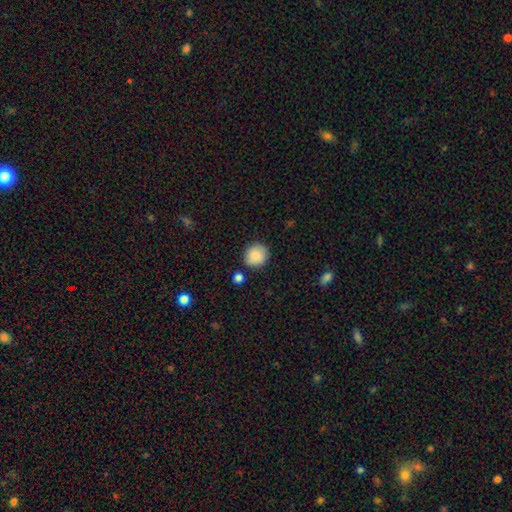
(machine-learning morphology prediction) smooth 86%, star or artifact 8%, featured or disk 6%. Down the decision tree: how rounded — round (86%); merging — none (84%).